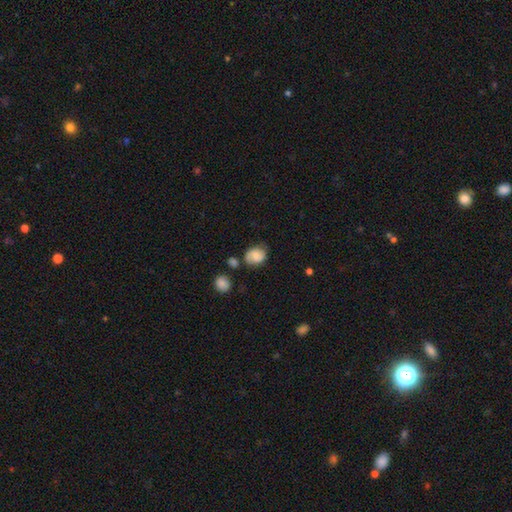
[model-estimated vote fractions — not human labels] Smooth or featured? smooth (63%)
How rounded? in between (55%)
Merging? none (64%)